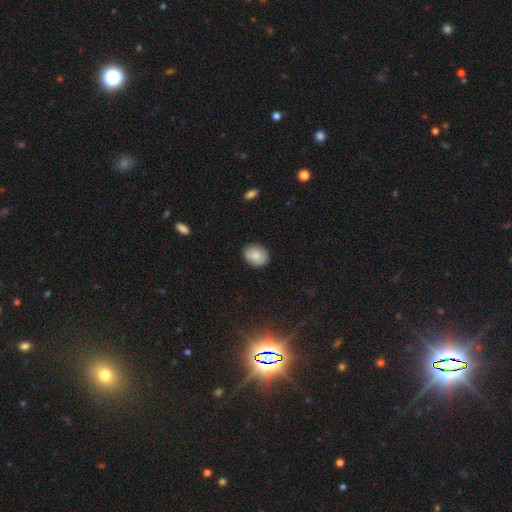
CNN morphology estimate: Smooth or featured: smooth — 85% (featured or disk — 7%)
How rounded: in between — 59% (round — 40%)
Merging: none — 88% (minor disturbance — 9%)